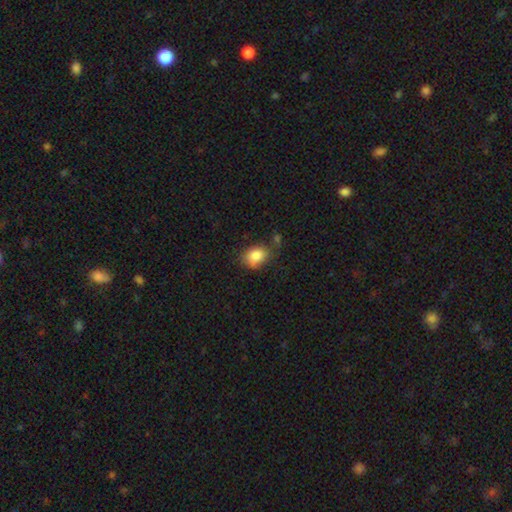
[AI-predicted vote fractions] This is clearly a smooth galaxy (84%). How rounded: likely in between (70%). Merging: likely none (60%).